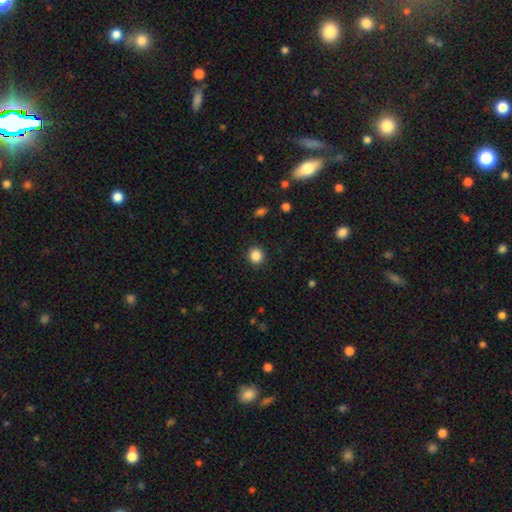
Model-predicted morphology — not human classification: Q: Smooth or featured?
A: smooth (86%); runner-up: star or artifact (11%)
Q: How rounded?
A: round (85%); runner-up: in between (14%)
Q: Merging?
A: none (91%); runner-up: minor disturbance (6%)